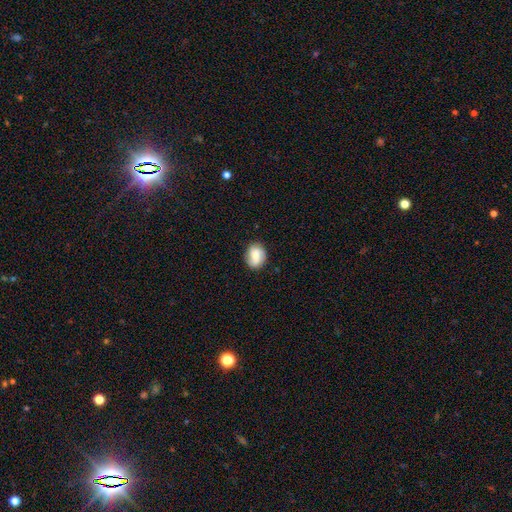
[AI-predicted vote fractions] Overall: smooth (55%; featured or disk 36%). How rounded: round (51%; in between 48%). Merging: none (81%).